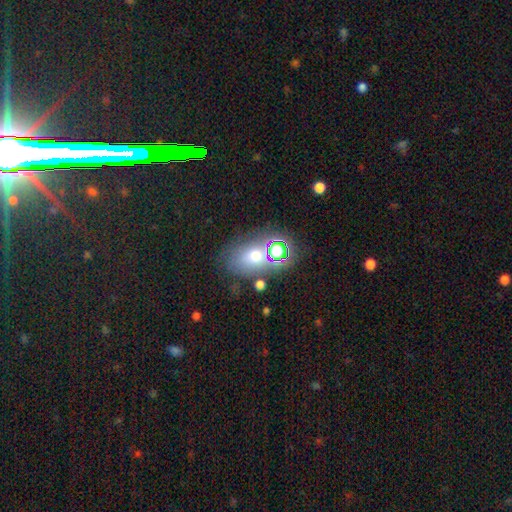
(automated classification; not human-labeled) Smooth or featured? smooth (59%)
How rounded? in between (63%)
Merging? none (61%)